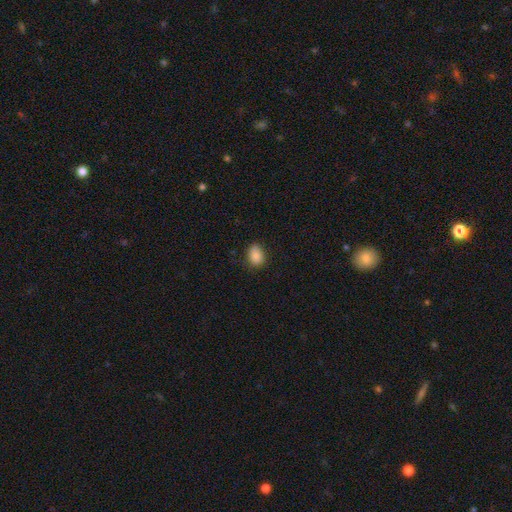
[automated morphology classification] smooth-or-featured: smooth: 87% | star or artifact: 8% | featured or disk: 5%
  how-rounded: in between: 74% | round: 25% | cigar-shaped: 1%
  merging: none: 78% | minor disturbance: 18% | major disturbance: 3% | merger: 1%